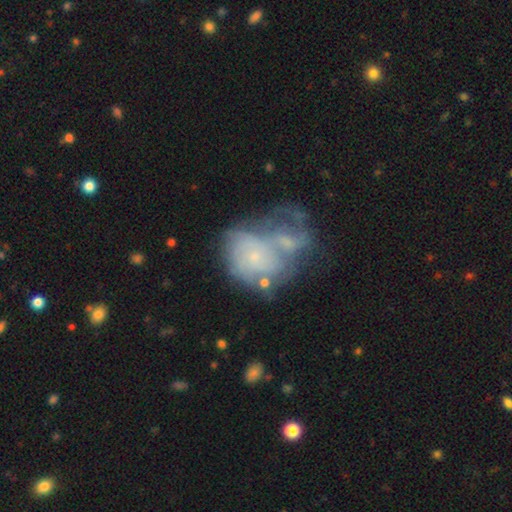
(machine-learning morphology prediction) Smooth or featured? Predicted: featured or disk (p=0.58). Edge-on disk? Predicted: no (p=0.97). Bar? Predicted: no (p=0.82). Spiral arms? Predicted: yes (p=0.53). Bulge size? Predicted: small (p=0.69). Merging? Predicted: merger (p=0.59).